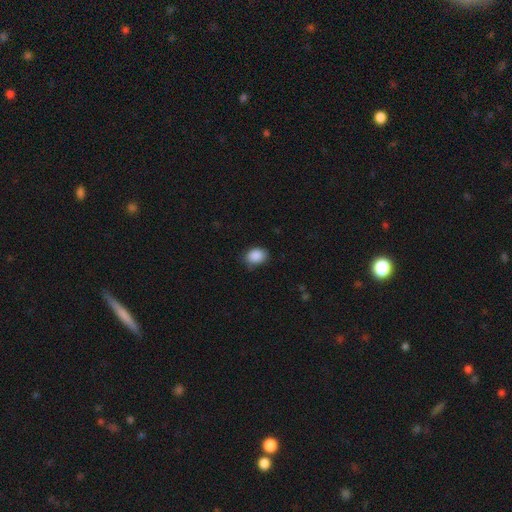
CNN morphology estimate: A smooth galaxy with no disk features (89%) that is in between round and cigar-shaped (57%).

Vote fractions:
- Smooth or featured? smooth: 89% / star or artifact: 8% / featured or disk: 3%
- How rounded? in between: 57% / round: 42% / cigar-shaped: 1%
- Merging? none: 77% / minor disturbance: 18% / major disturbance: 4% / merger: 1%